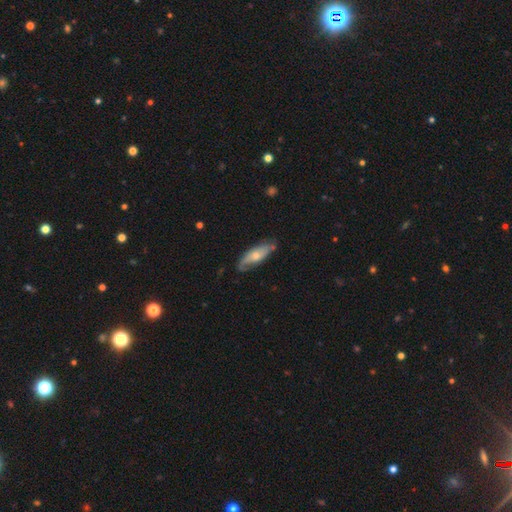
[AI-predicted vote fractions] smooth-or-featured: featured or disk: 56% | smooth: 38% | star or artifact: 6%
  disk-edge-on: no: 75% | yes: 25%
  merging: none: 65% | minor disturbance: 25% | major disturbance: 8% | merger: 2%